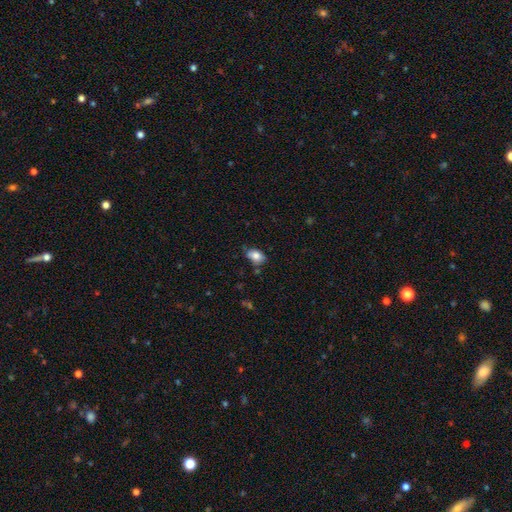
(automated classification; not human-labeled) A smooth galaxy with no disk features (82%) that is in between round and cigar-shaped (84%).

Vote fractions:
- Smooth or featured? smooth: 82% / featured or disk: 10% / star or artifact: 9%
- How rounded? in between: 84% / round: 15% / cigar-shaped: 2%
- Merging? none: 65% / minor disturbance: 26% / merger: 5% / major disturbance: 5%